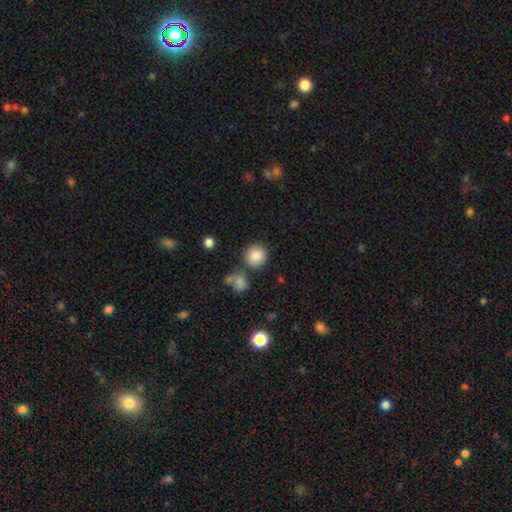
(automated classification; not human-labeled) The model was most divided on "merging": none: 75%, merger: 11%, minor disturbance: 11%, major disturbance: 4%. More confident: how rounded — round (88%); smooth or featured — smooth (85%).